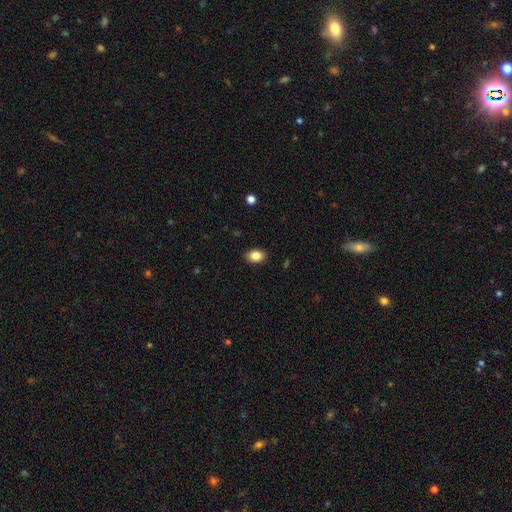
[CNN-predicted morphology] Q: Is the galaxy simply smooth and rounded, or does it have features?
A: smooth — 86%.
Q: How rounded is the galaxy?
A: in between — 77%.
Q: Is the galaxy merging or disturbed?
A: none — 89%.